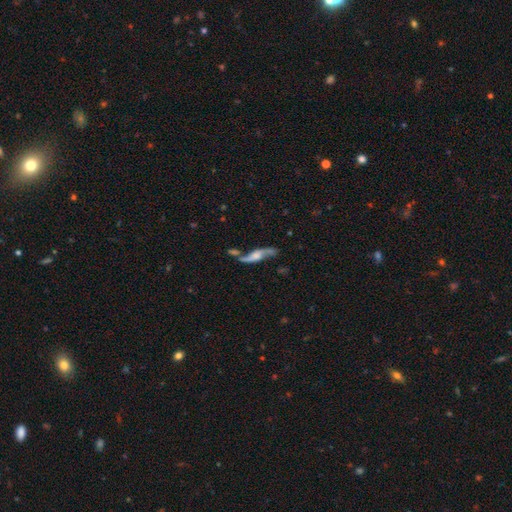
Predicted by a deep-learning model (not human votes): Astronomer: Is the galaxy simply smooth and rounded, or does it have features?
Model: featured or disk — 77%.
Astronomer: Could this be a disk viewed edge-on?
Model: no — 72%.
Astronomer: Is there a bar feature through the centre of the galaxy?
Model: no — 60%.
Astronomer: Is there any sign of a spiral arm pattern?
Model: yes — 91%.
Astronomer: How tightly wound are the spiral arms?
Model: loose — 85%.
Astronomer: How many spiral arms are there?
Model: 2 — 91%.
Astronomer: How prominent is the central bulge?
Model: moderate — 42% (runner-up: small, 26%).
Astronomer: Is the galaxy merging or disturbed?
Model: none — 55%.